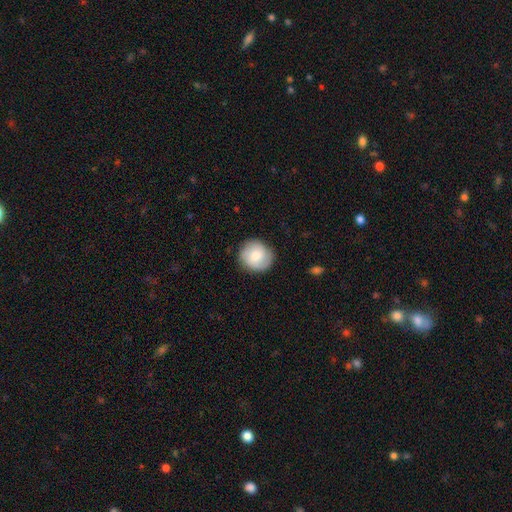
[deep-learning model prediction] Q: Smooth or featured?
A: smooth (66%); runner-up: featured or disk (27%)
Q: How rounded?
A: round (89%); runner-up: in between (10%)
Q: Merging?
A: none (84%); runner-up: minor disturbance (11%)